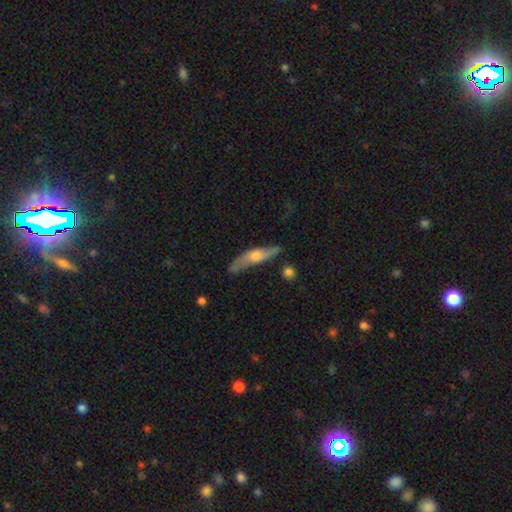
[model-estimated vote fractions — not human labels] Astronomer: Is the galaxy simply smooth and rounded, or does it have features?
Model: featured or disk — 53% (runner-up: smooth, 41%).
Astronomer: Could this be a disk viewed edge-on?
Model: yes — 73%.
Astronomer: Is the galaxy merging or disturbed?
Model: none — 65%.